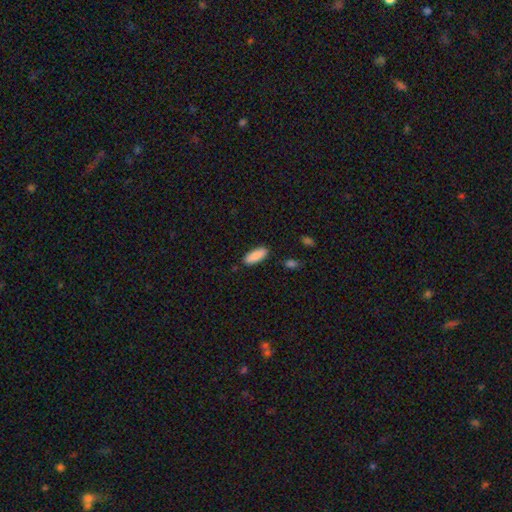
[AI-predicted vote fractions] smooth 89%, star or artifact 6%, featured or disk 5%. Down the decision tree: how rounded — in between (76%); merging — none (87%).